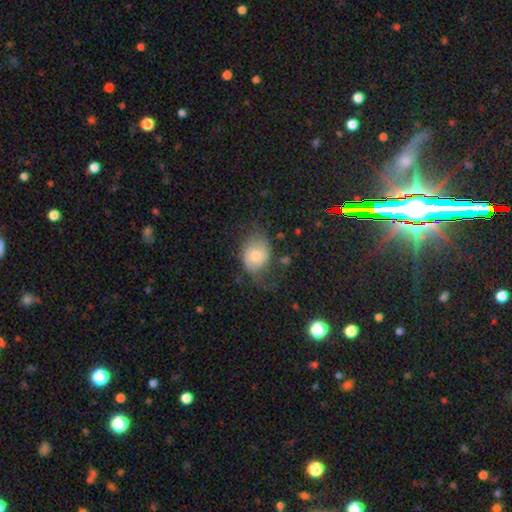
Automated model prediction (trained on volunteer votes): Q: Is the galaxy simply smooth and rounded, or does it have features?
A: smooth — 53%.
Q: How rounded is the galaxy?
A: in between — 62%.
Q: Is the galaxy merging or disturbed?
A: none — 42%.